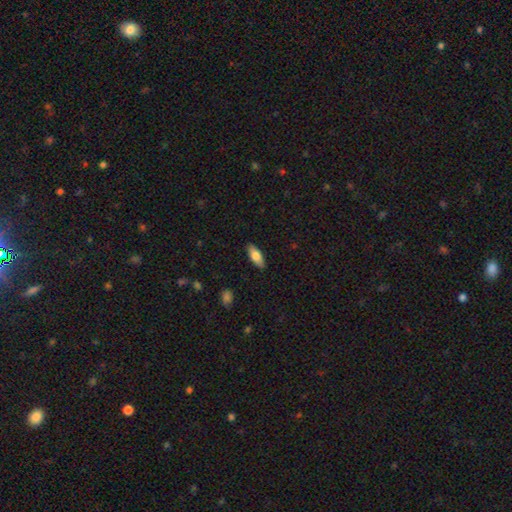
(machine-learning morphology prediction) smooth_or_featured: smooth (p=0.74) [alt: featured or disk p=0.19]
how_rounded: in between (p=0.74) [alt: cigar-shaped p=0.23]
merging: none (p=0.87) [alt: minor disturbance p=0.09]